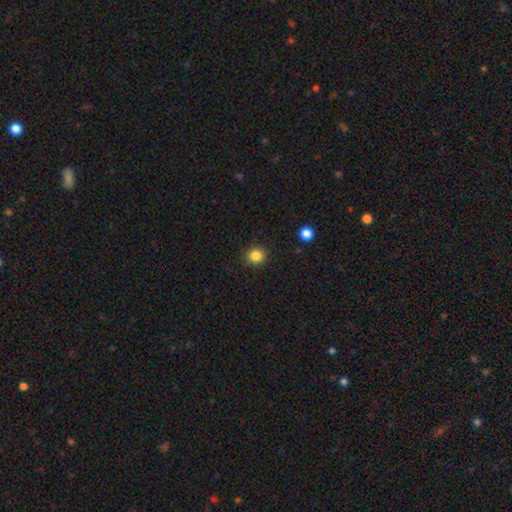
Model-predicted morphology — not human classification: This appears to be a smooth galaxy with no disk features (85%) that is round (89%). Merging: none (91%).